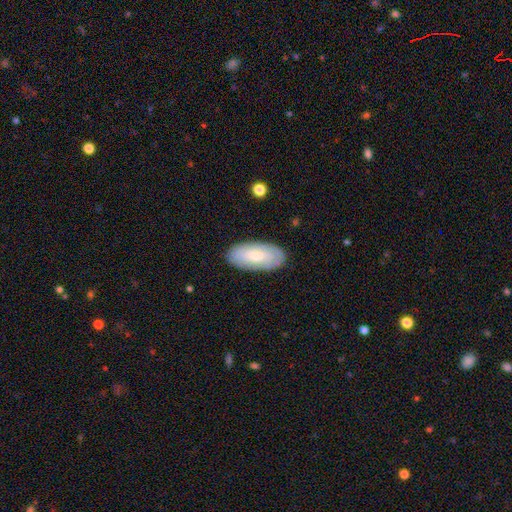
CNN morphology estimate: smooth 58%, featured or disk 36%, star or artifact 6%. Down the decision tree: how rounded — in between (91%); merging — none (86%).